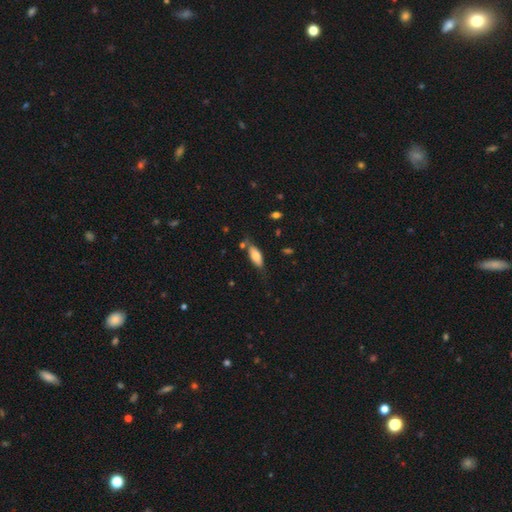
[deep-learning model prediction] Smooth or featured?
  - smooth: 74% *
  - featured or disk: 19%
  - star or artifact: 7%
How rounded?
  - in between: 79% *
  - cigar-shaped: 19%
  - round: 2%
Merging?
  - none: 66% *
  - minor disturbance: 21%
  - merger: 8%
  - major disturbance: 5%